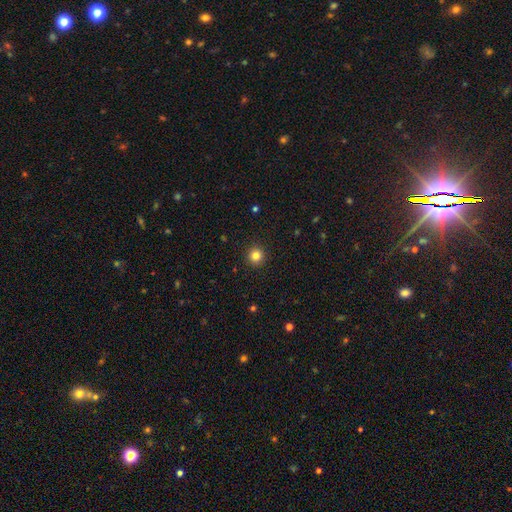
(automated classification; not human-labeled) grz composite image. It shows a smooth galaxy with no disk features (82%) that is round (95%). Merging: none (93%).